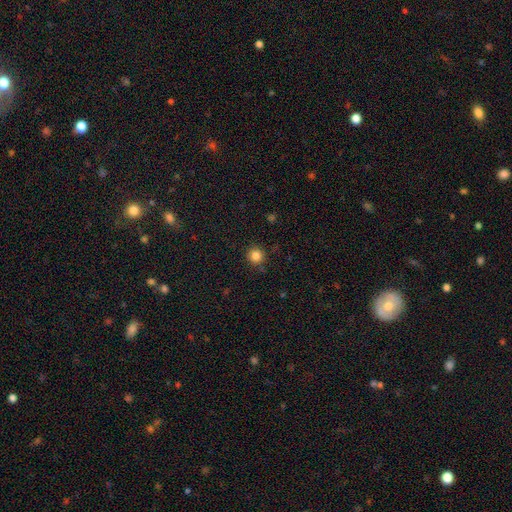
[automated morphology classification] This appears to be a smooth galaxy with no disk features (84%) that is round (95%). Merging: none (89%).